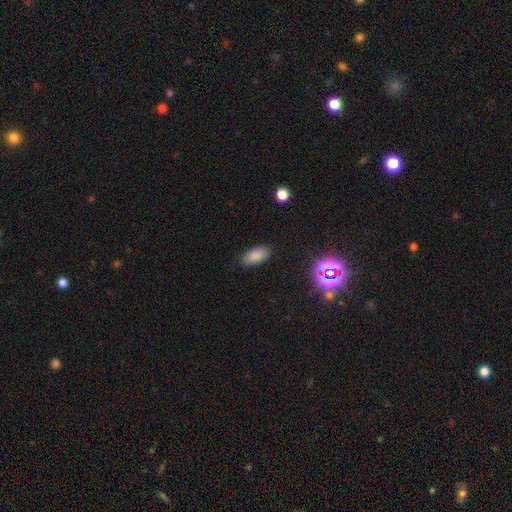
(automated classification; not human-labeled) Q: Smooth or featured?
A: smooth (83%); runner-up: star or artifact (11%)
Q: How rounded?
A: in between (91%); runner-up: cigar-shaped (5%)
Q: Merging?
A: none (86%); runner-up: minor disturbance (10%)